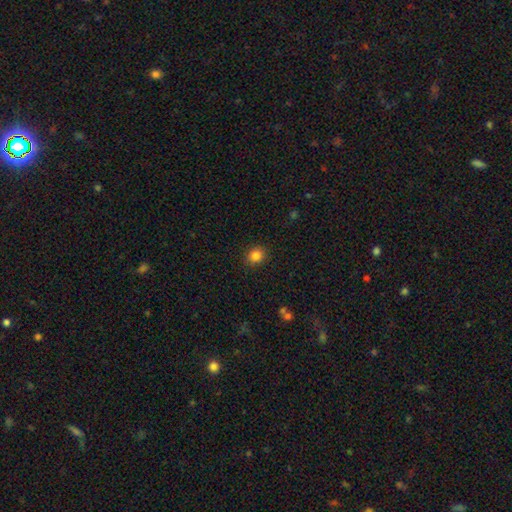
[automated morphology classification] Smooth or featured? smooth (84%)
How rounded? round (72%)
Merging? none (89%)